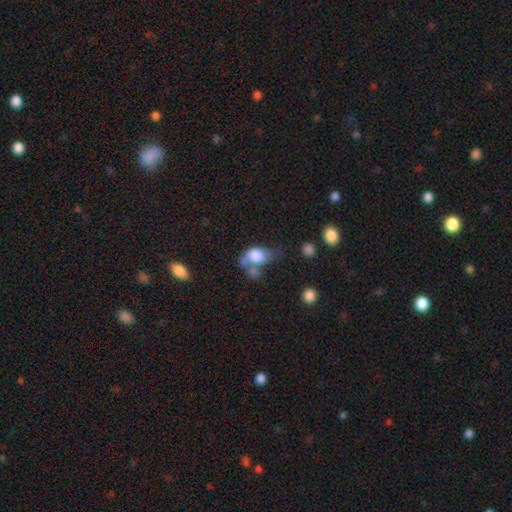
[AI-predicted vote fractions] Morphology: type=smooth (69%); roundness=in between (74%); merging=merger (40%).